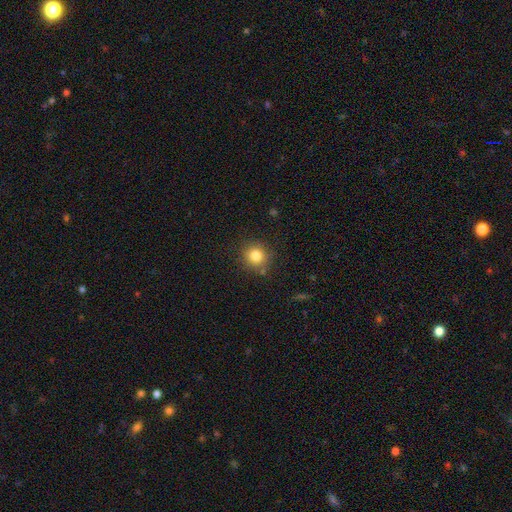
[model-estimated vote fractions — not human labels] smooth 82%, star or artifact 12%, featured or disk 7%. Down the decision tree: how rounded — round (92%); merging — none (85%).